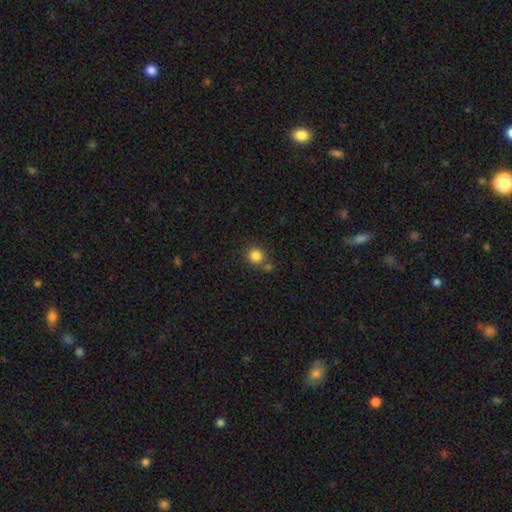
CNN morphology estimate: A smooth galaxy with no disk features (84%) that is round (87%). Merging: none (68%).